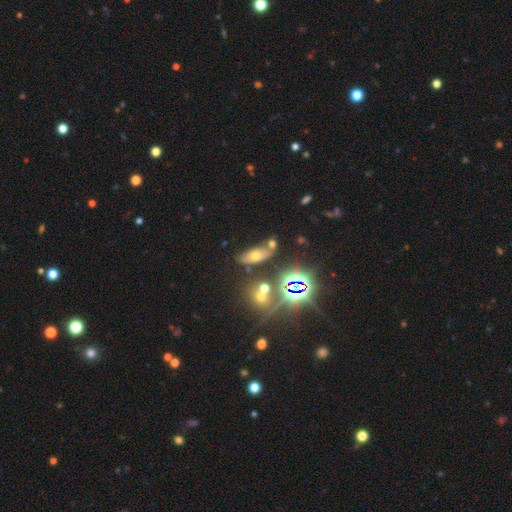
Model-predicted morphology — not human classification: Q: Smooth or featured?
A: smooth (42%); runner-up: star or artifact (35%)
Q: Merging?
A: none (62%); runner-up: merger (16%)